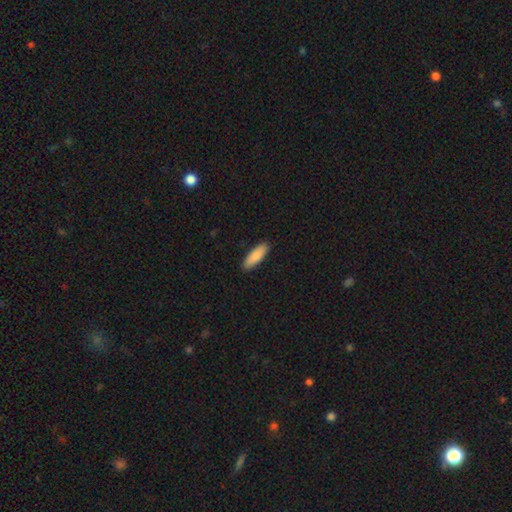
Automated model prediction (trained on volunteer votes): Smooth or featured: smooth — 86% (featured or disk — 9%)
How rounded: in between — 49% (tied with cigar-shaped — 49%)
Merging: none — 90% (minor disturbance — 8%)